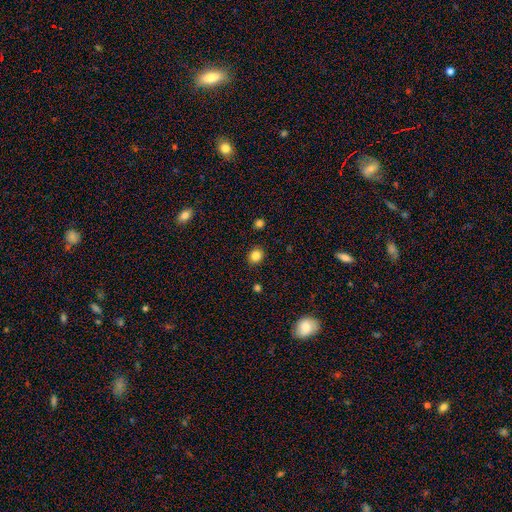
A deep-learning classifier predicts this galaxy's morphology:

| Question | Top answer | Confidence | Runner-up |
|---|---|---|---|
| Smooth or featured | smooth | 84% | star or artifact (12%) |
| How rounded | round | 78% | in between (21%) |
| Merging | none | 90% | minor disturbance (6%) |